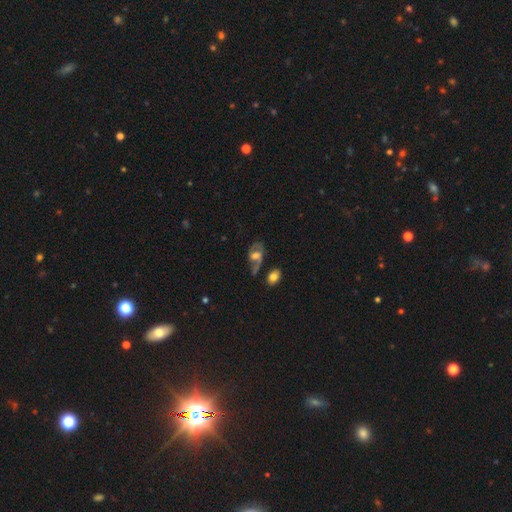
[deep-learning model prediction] Overall: featured or disk (63%; smooth 28%). Edge-on disk: no (94%). Bar: no (45%; weak 40%). Spiral arms: yes (71%). Bulge size: moderate (54%; large 22%). Merging: none (45%; minor disturbance 21%).